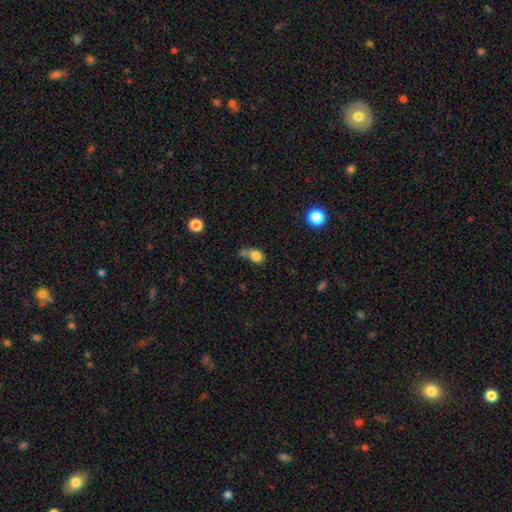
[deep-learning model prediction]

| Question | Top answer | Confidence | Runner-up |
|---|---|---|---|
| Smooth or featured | smooth | 81% | star or artifact (11%) |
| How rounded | in between | 61% | round (38%) |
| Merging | none | 40% | merger (31%) |